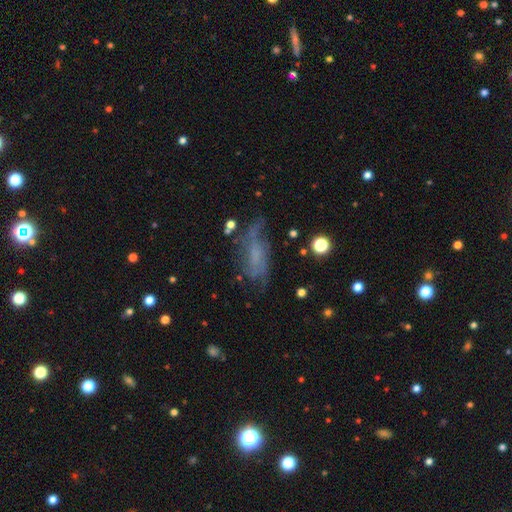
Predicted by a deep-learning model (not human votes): A featured or disk galaxy (51%).

Vote fractions:
- Smooth or featured? featured or disk: 51% / smooth: 34% / star or artifact: 15%
- Edge-on disk? no: 84% / yes: 16%
- Merging? none: 48% / minor disturbance: 25% / major disturbance: 22% / merger: 4%